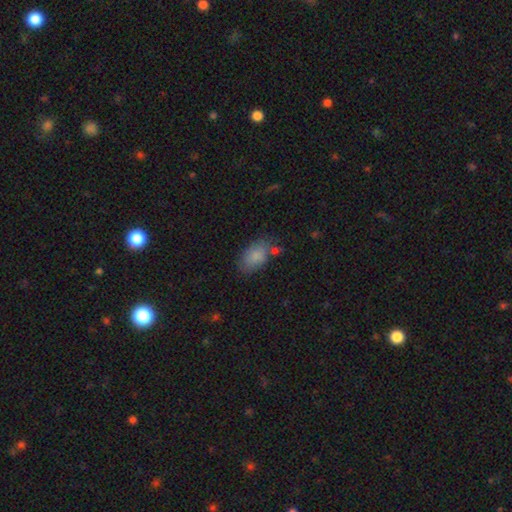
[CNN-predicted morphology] Q: Smooth or featured?
A: smooth (85%); runner-up: featured or disk (8%)
Q: How rounded?
A: in between (91%); runner-up: round (7%)
Q: Merging?
A: none (66%); runner-up: minor disturbance (21%)